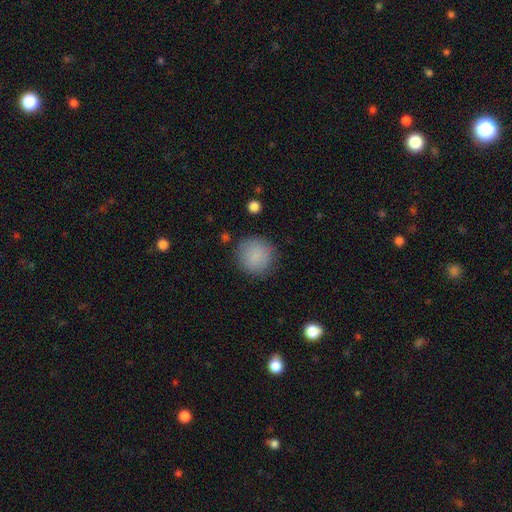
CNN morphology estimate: A smooth galaxy with no disk features (86%) that is round (93%). Merging: none (83%).